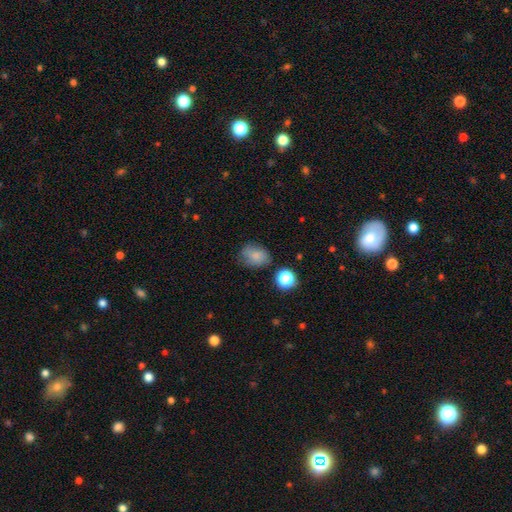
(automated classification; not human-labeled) Smooth or featured? Predicted: smooth (p=0.79). How rounded? Predicted: in between (p=0.60). Merging? Predicted: none (p=0.66).